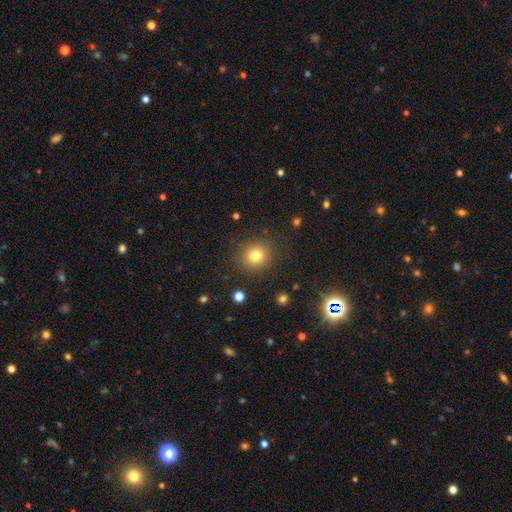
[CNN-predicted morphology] Smooth or featured? Predicted: smooth (p=0.79). How rounded? Predicted: round (p=0.86). Merging? Predicted: none (p=0.88).